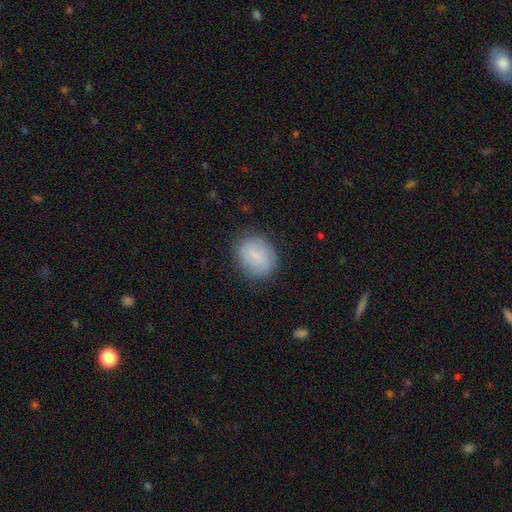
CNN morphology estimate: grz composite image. It shows a smooth galaxy with no disk features (75%) that is round (56%). Merging: none (79%).